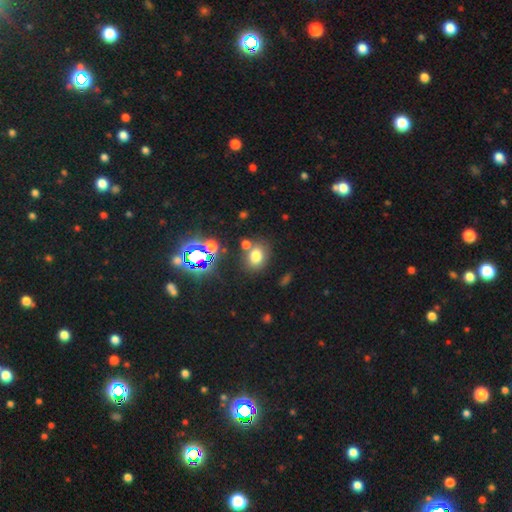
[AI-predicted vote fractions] The model was most divided on "how rounded": in between: 50%, round: 48%, cigar-shaped: 1%. More confident: smooth or featured — smooth (71%); merging — none (69%).